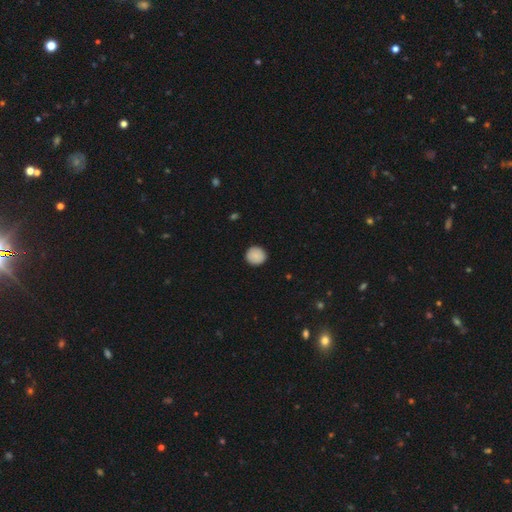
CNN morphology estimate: smooth_or_featured: smooth (p=0.89) [alt: star or artifact p=0.08]
how_rounded: round (p=0.92) [alt: in between p=0.07]
merging: none (p=0.91) [alt: minor disturbance p=0.06]